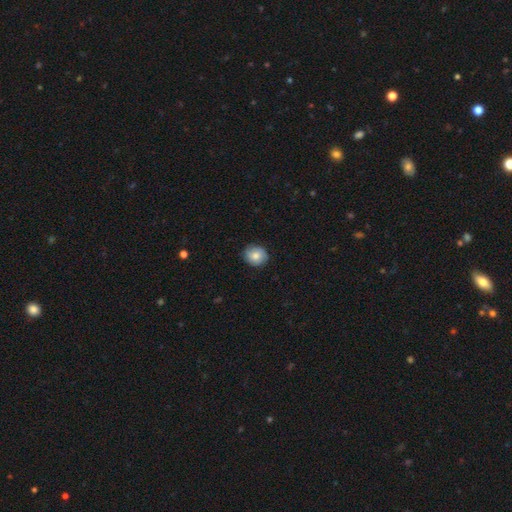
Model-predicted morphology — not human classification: Smooth or featured?
  - smooth: 76% *
  - featured or disk: 16%
  - star or artifact: 8%
How rounded?
  - round: 82% *
  - in between: 17%
  - cigar-shaped: 1%
Merging?
  - none: 85% *
  - minor disturbance: 12%
  - major disturbance: 2%
  - merger: 1%